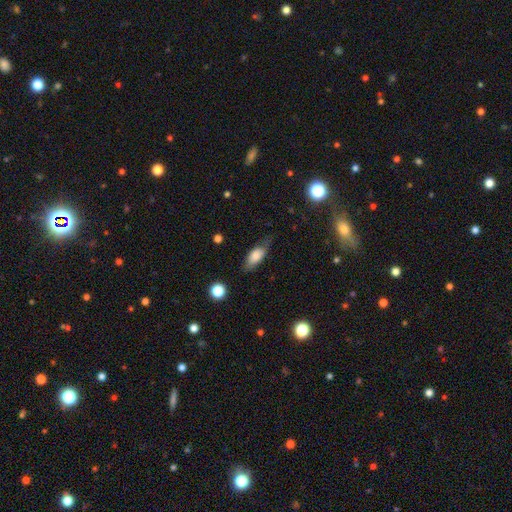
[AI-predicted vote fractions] A smooth galaxy with no disk features (74%) that is in between round and cigar-shaped (81%).

Vote fractions:
- Smooth or featured? smooth: 74% / featured or disk: 19% / star or artifact: 8%
- How rounded? in between: 81% / cigar-shaped: 16% / round: 4%
- Merging? none: 64% / minor disturbance: 25% / major disturbance: 9% / merger: 2%